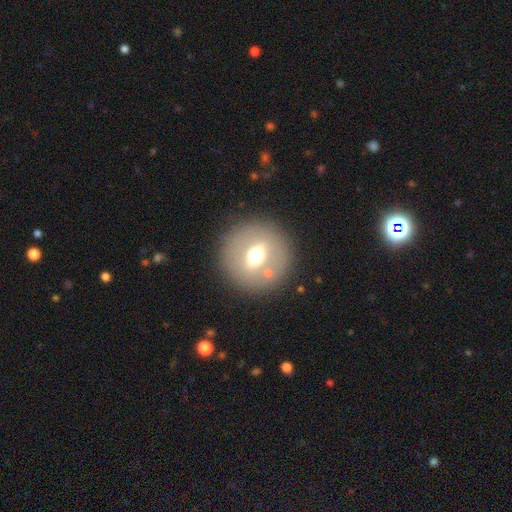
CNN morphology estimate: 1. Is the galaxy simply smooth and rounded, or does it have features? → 44% featured or disk (tied), 44% smooth (tied), 12% star or artifact.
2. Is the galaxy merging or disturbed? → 85% none, 7% minor disturbance, 4% major disturbance, 4% merger.